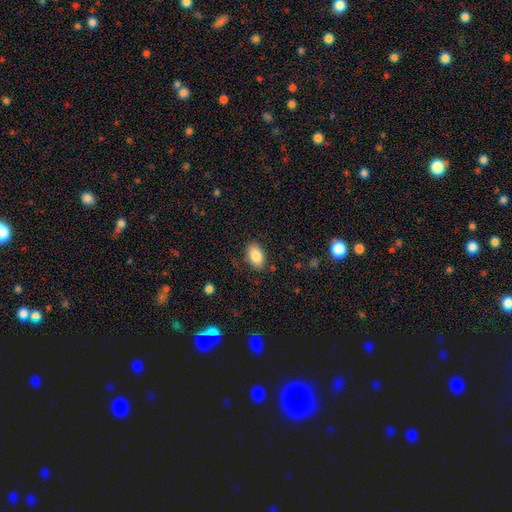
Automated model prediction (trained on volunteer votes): This is clearly a smooth galaxy (84%). How rounded: clearly in between (91%). Merging: clearly none (83%).